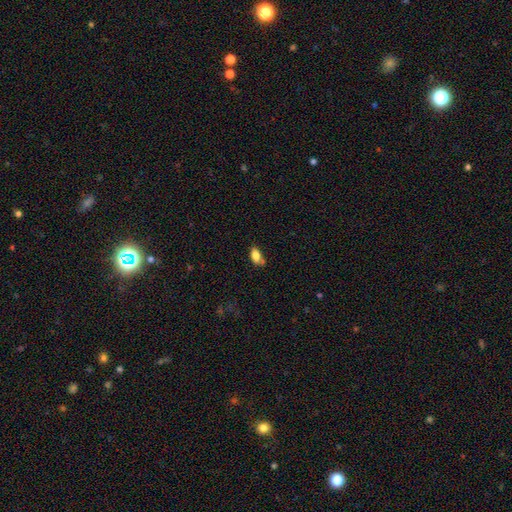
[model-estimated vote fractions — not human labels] Q: Smooth or featured?
A: smooth (79%); runner-up: featured or disk (12%)
Q: How rounded?
A: in between (90%); runner-up: cigar-shaped (5%)
Q: Merging?
A: none (63%); runner-up: minor disturbance (20%)